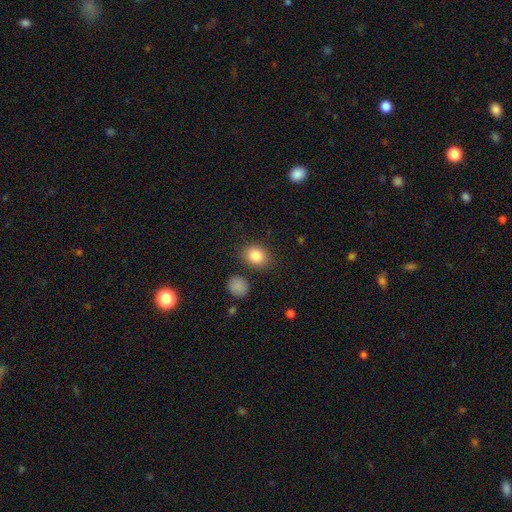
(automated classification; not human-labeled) smooth_or_featured: smooth (p=0.85) [alt: star or artifact p=0.09]
how_rounded: in between (p=0.51) [alt: round p=0.48]
merging: none (p=0.81) [alt: minor disturbance p=0.11]